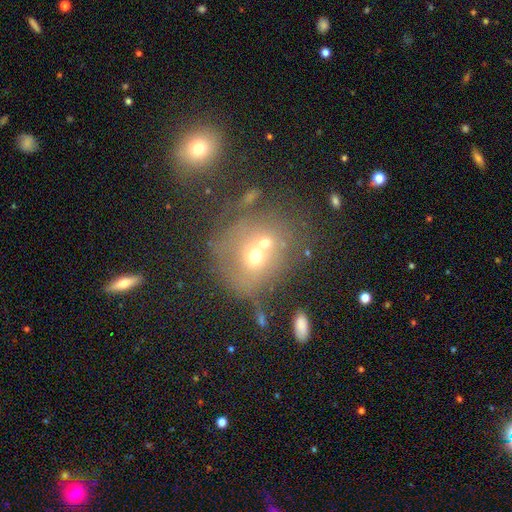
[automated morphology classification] smooth 55%, featured or disk 26%, star or artifact 19%. Down the decision tree: how rounded — round (77%); merging — merger (47%).